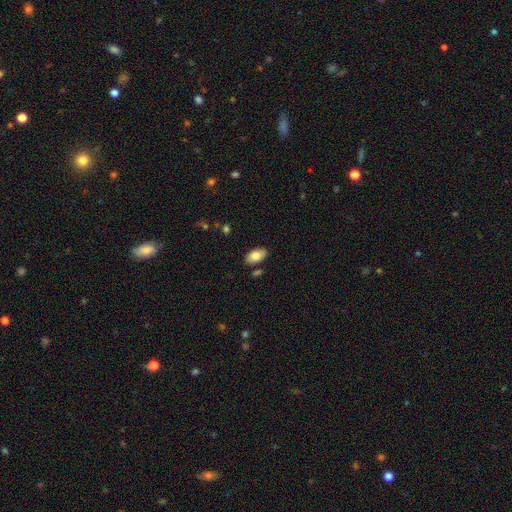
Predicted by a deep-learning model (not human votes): A smooth galaxy with no disk features (79%) that is in between round and cigar-shaped (95%).

Vote fractions:
- Smooth or featured? smooth: 79% / featured or disk: 14% / star or artifact: 7%
- How rounded? in between: 95% / round: 3% / cigar-shaped: 2%
- Merging? none: 83% / minor disturbance: 11% / merger: 4% / major disturbance: 2%